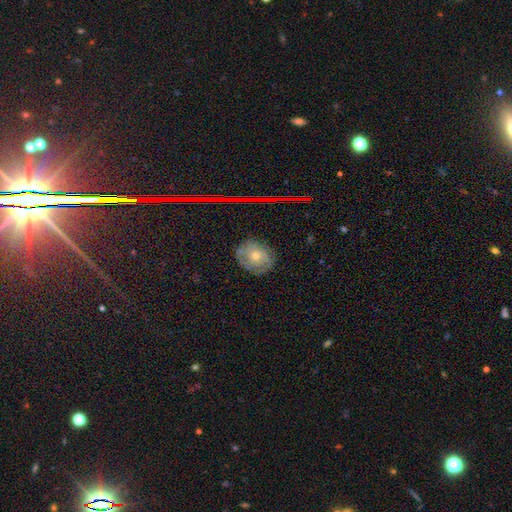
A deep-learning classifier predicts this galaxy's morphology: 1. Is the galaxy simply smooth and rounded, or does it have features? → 56% featured or disk, 29% smooth, 15% star or artifact.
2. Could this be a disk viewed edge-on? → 95% no, 5% yes.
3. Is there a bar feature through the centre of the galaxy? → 81% no, 15% weak, 4% strong.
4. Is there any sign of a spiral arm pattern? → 75% yes, 25% no.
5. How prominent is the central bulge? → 50% small, 46% moderate, 2% large, 1% none, 1% dominant.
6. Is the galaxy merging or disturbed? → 77% none, 17% minor disturbance, 5% major disturbance, 1% merger.